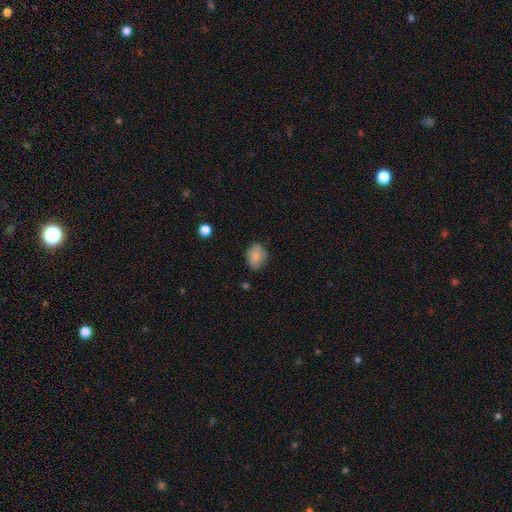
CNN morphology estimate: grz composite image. It shows a smooth galaxy with no disk features (80%) that is in between round and cigar-shaped (60%). Merging: none (71%).